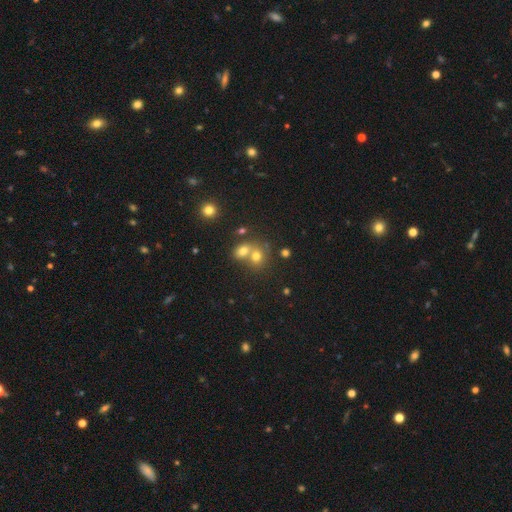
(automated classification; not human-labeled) Smooth or featured? Predicted: smooth (p=0.65). How rounded? Predicted: round (p=0.65). Merging? Predicted: merger (p=0.55).